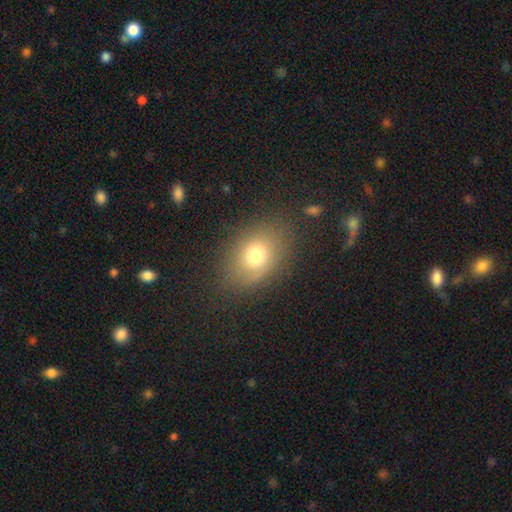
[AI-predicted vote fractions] smooth_or_featured: smooth (p=0.71) [alt: featured or disk p=0.15]
how_rounded: in between (p=0.68) [alt: round p=0.31]
merging: none (p=0.79) [alt: minor disturbance p=0.14]